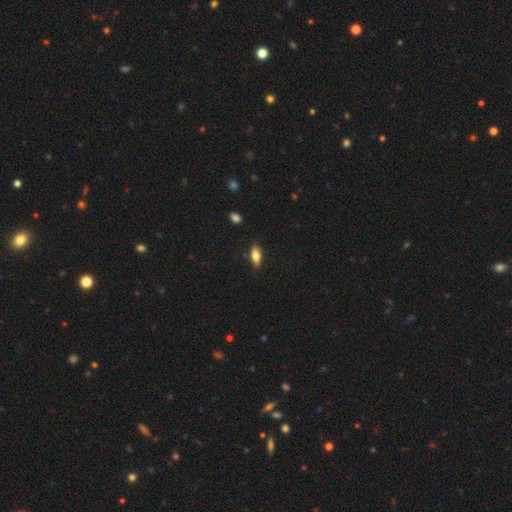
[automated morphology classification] Q: Smooth or featured?
A: smooth (65%); runner-up: featured or disk (27%)
Q: How rounded?
A: in between (69%); runner-up: cigar-shaped (28%)
Q: Merging?
A: none (85%); runner-up: minor disturbance (11%)